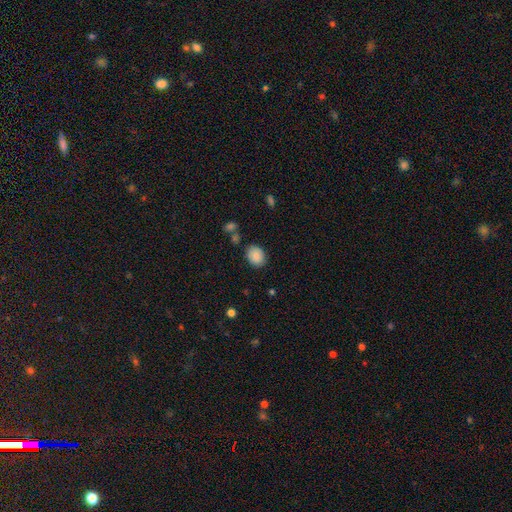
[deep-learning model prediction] Smooth or featured? Predicted: smooth (p=0.86). How rounded? Predicted: in between (p=0.51). Merging? Predicted: none (p=0.83).